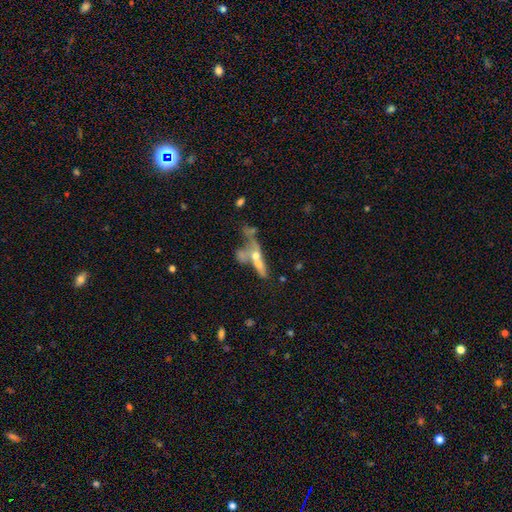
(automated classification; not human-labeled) Smooth or featured? featured or disk (53%)
Edge-on disk? no (56%)
Merging? merger (52%)